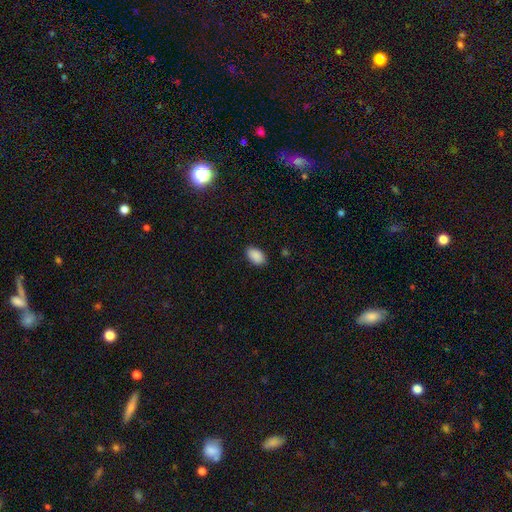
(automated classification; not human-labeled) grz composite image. It shows a smooth galaxy with no disk features (90%) that is in between round and cigar-shaped (91%). Merging: none (87%).